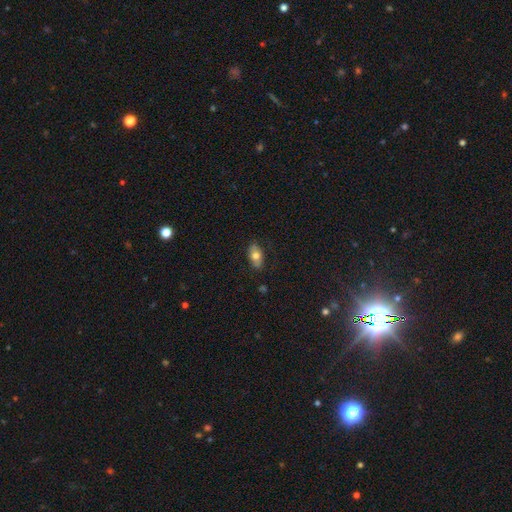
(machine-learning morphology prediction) smooth 68%, featured or disk 24%, star or artifact 7%. Down the decision tree: how rounded — in between (89%); merging — none (82%).